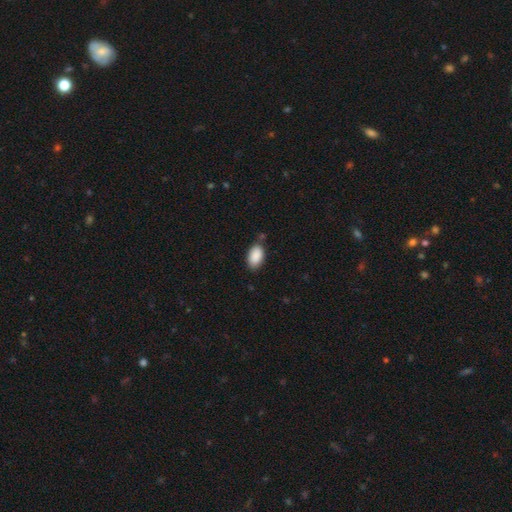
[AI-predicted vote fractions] This appears to be a smooth galaxy with no disk features (90%) that is in between round and cigar-shaped (94%). Merging: none (77%).